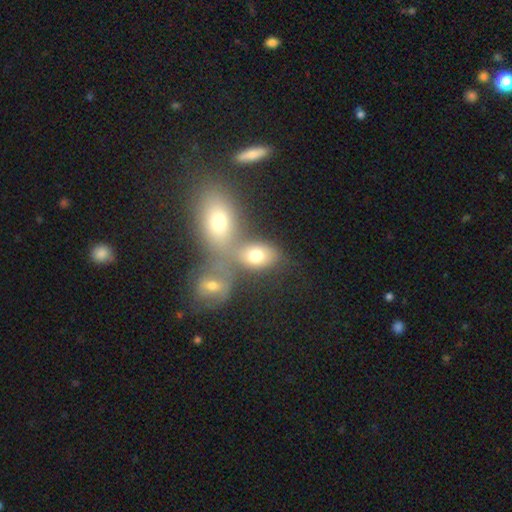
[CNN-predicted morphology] The model was most divided on "merging": merger: 43%, none: 40%, minor disturbance: 10%, major disturbance: 6%. More confident: smooth or featured — smooth (73%); how rounded — in between (70%).